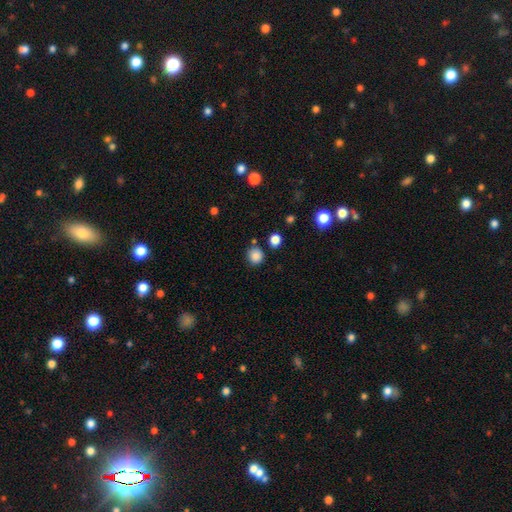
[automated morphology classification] smooth-or-featured: smooth: 86% | star or artifact: 11% | featured or disk: 4%
  how-rounded: round: 92% | in between: 7% | cigar-shaped: 1%
  merging: none: 80% | minor disturbance: 10% | merger: 7% | major disturbance: 3%